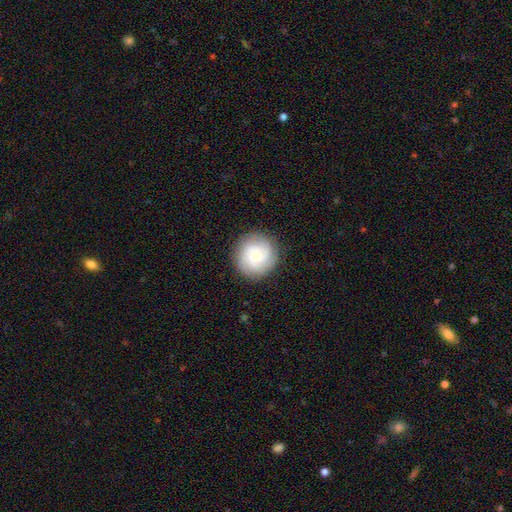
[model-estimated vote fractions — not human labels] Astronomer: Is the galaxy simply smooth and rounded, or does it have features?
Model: featured or disk — 51% (runner-up: smooth, 41%).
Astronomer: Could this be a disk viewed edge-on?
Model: no — 98%.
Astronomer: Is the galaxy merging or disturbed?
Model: none — 86%.